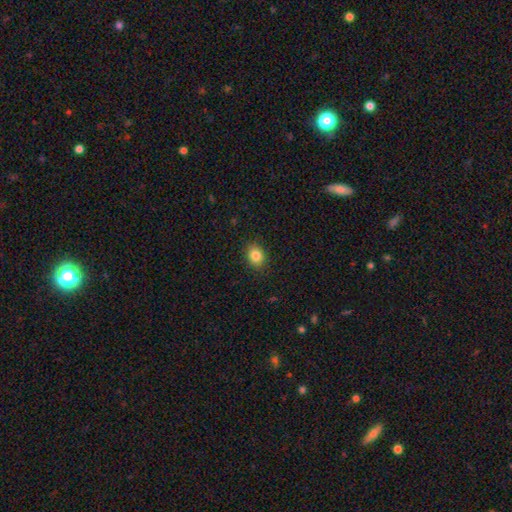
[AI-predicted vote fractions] smooth_or_featured: smooth (p=0.84) [alt: star or artifact p=0.10]
how_rounded: in between (p=0.50) [alt: round p=0.49]
merging: none (p=0.89) [alt: minor disturbance p=0.08]